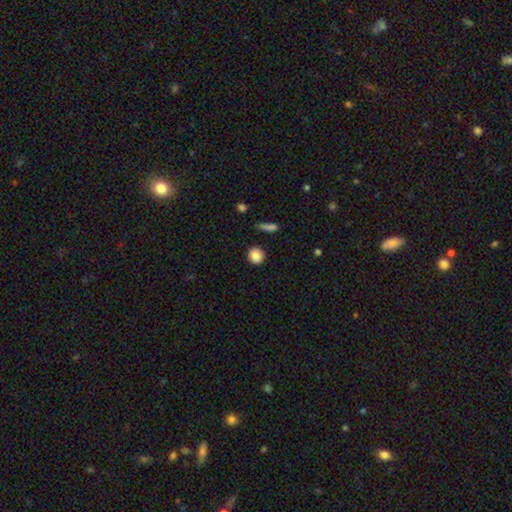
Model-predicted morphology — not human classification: Smooth or featured: smooth — 87% (star or artifact — 9%)
How rounded: round — 90% (in between — 9%)
Merging: none — 88% (minor disturbance — 8%)